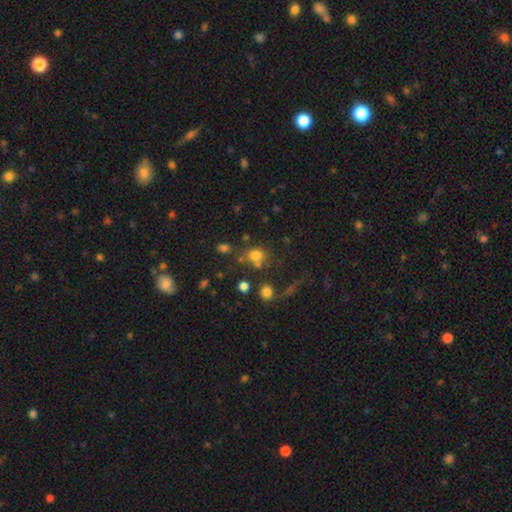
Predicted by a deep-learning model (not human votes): A smooth galaxy with no disk features (71%) that is round (70%).

Vote fractions:
- Smooth or featured? smooth: 71% / star or artifact: 19% / featured or disk: 10%
- How rounded? round: 70% / in between: 28% / cigar-shaped: 1%
- Merging? none: 55% / merger: 22% / minor disturbance: 14% / major disturbance: 9%